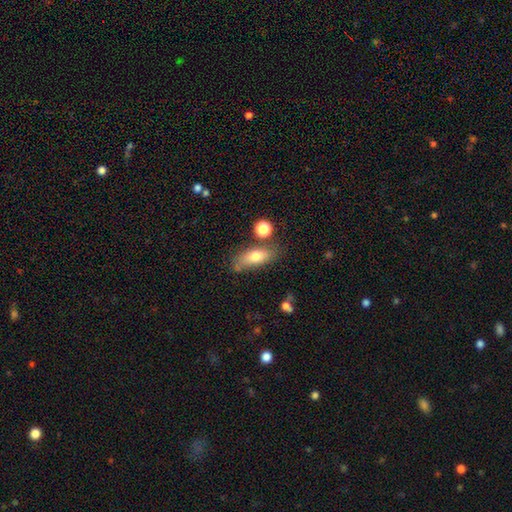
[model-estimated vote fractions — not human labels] smooth 72%, featured or disk 20%, star or artifact 9%. Down the decision tree: how rounded — in between (73%); merging — none (66%).